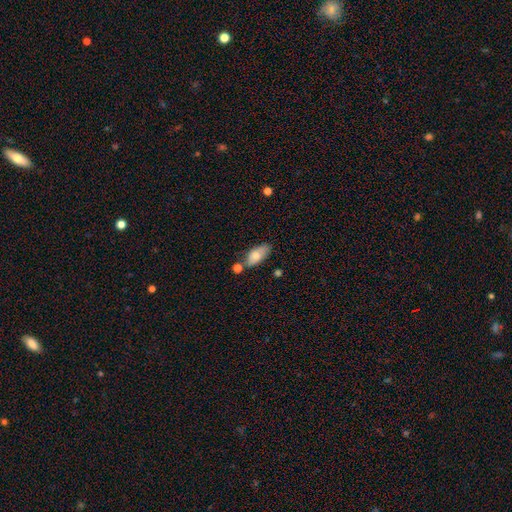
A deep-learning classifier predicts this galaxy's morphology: A smooth galaxy with no disk features (72%) that is in between round and cigar-shaped (88%). Merging: none (61%).